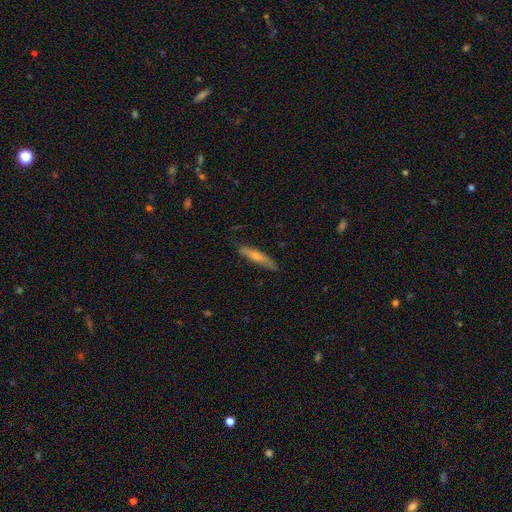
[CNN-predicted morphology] A featured or disk galaxy (47%, tied with smooth).

Vote fractions:
- Smooth or featured? featured or disk: 47% (tied) / smooth: 47% (tied) / star or artifact: 7%
- Merging? none: 82% / minor disturbance: 15% / major disturbance: 2% / merger: 1%